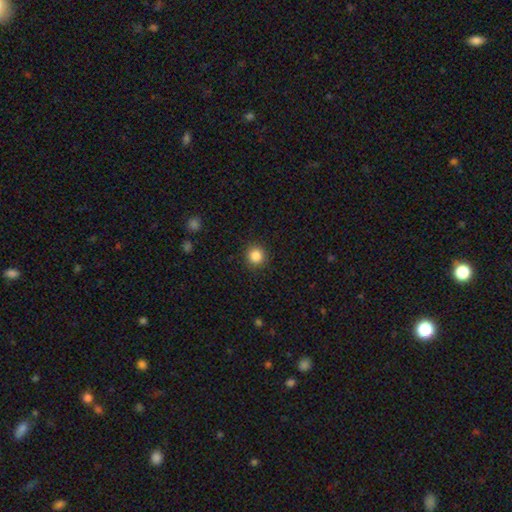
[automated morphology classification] The model was most divided on "smooth or featured": smooth: 85%, star or artifact: 11%, featured or disk: 4%. More confident: how rounded — round (94%); merging — none (92%).